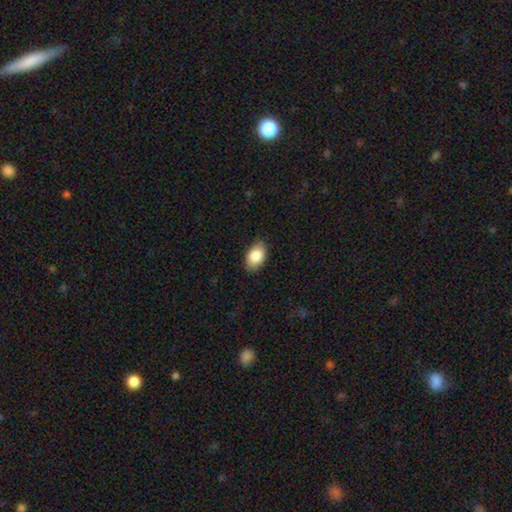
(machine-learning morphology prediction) A smooth galaxy with no disk features (86%) that is in between round and cigar-shaped (90%). Merging: none (85%).